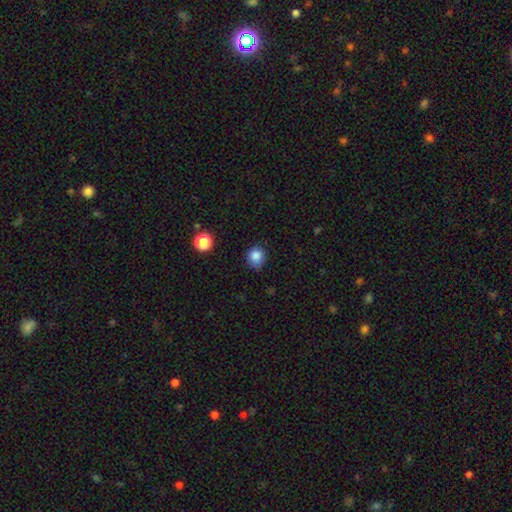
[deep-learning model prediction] The model was most divided on "merging": none: 73%, minor disturbance: 21%, major disturbance: 4%, merger: 2%. More confident: smooth or featured — smooth (84%); how rounded — round (79%).